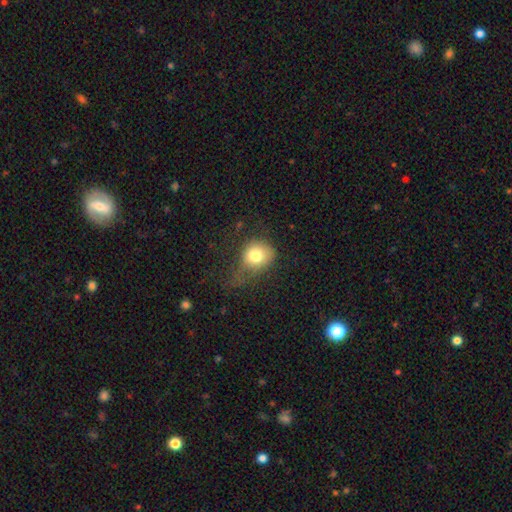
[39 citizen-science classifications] Overall: smooth (82%). How rounded: round (75%). Merging: minor disturbance (37%; none 29%).